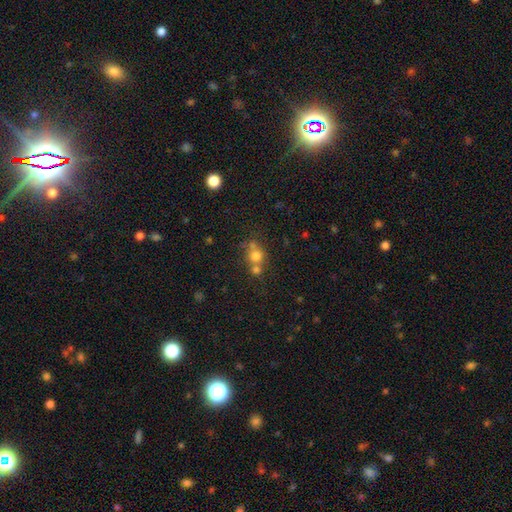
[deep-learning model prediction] The model was most divided on "merging" (2-way tie): merger: 43%, none: 43%, minor disturbance: 9%, major disturbance: 5%. More confident: how rounded — round (81%); smooth or featured — smooth (71%).